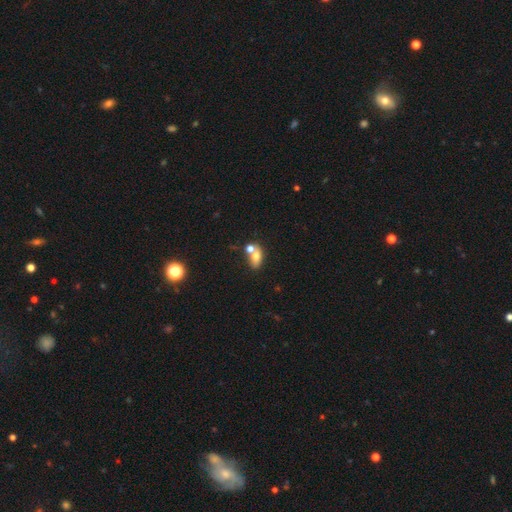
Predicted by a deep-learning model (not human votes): This appears to be a smooth galaxy with no disk features (69%) that is in between round and cigar-shaped (78%). Merging: merger (48%).